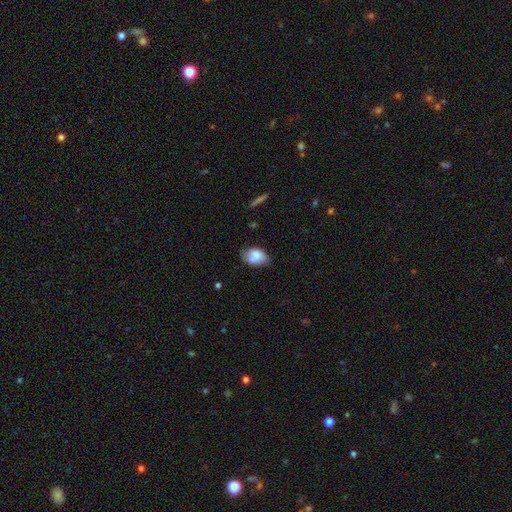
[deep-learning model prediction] smooth 76%, featured or disk 16%, star or artifact 8%. Down the decision tree: how rounded — in between (85%); merging — none (56%).